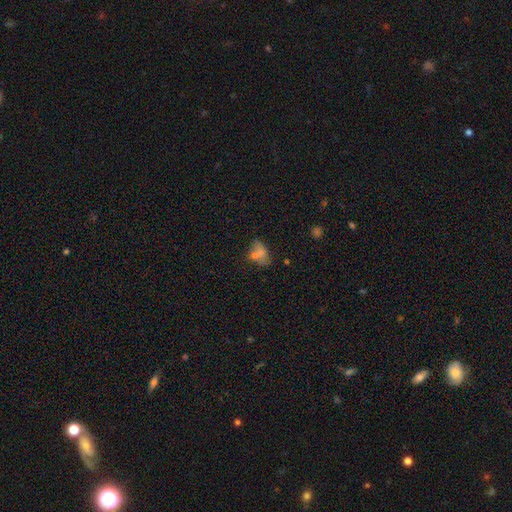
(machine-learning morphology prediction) The model was most divided on "merging": none: 44%, merger: 23%, minor disturbance: 20%, major disturbance: 14%. More confident: how rounded — in between (73%); smooth or featured — smooth (52%).